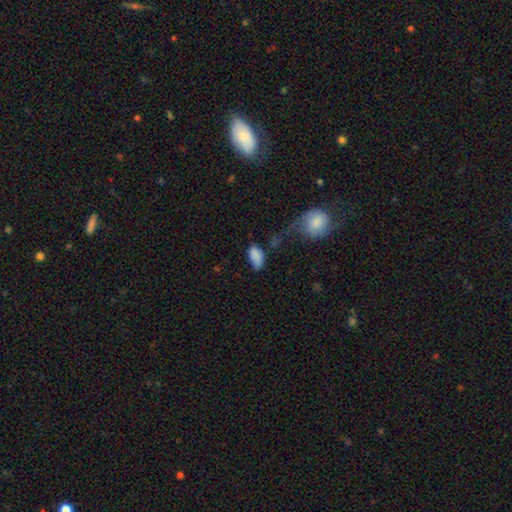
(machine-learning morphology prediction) The model was most divided on "merging": none: 44%, minor disturbance: 30%, major disturbance: 16%, merger: 10%. More confident: how rounded — in between (93%); smooth or featured — smooth (84%).